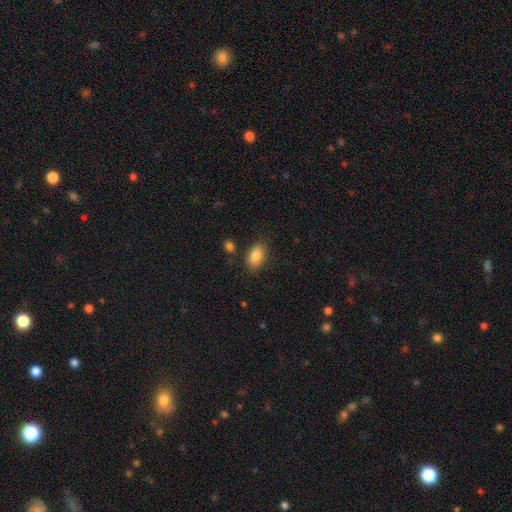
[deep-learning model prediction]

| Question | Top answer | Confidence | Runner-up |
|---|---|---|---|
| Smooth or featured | smooth | 86% | star or artifact (8%) |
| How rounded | in between | 90% | round (8%) |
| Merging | none | 81% | minor disturbance (12%) |